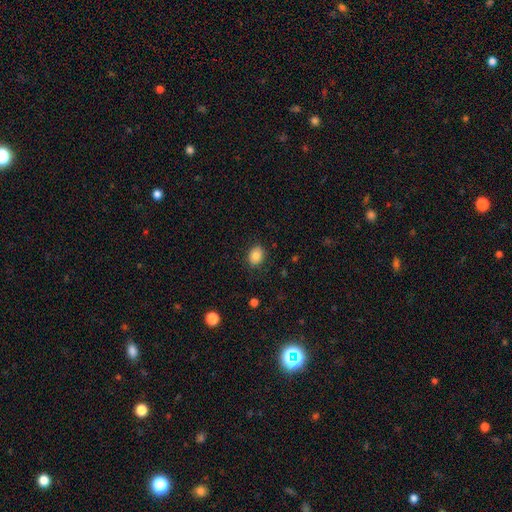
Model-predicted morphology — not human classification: smooth 84%, star or artifact 9%, featured or disk 7%. Down the decision tree: how rounded — in between (59%); merging — none (85%).